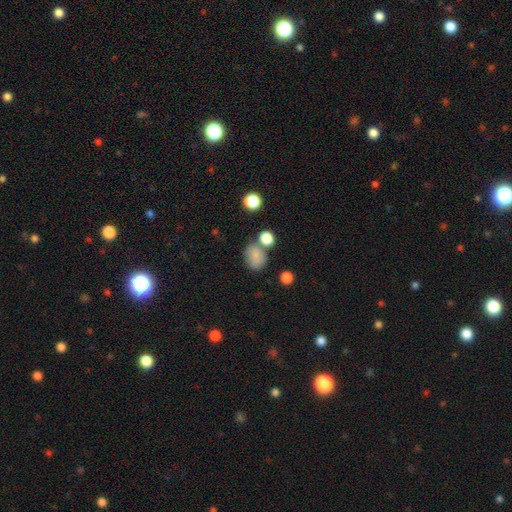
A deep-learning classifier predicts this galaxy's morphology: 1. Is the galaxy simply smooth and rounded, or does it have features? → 80% smooth, 11% star or artifact, 9% featured or disk.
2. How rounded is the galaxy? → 50% in between, 48% round, 1% cigar-shaped.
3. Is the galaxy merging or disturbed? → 55% none, 21% merger, 17% minor disturbance, 7% major disturbance.